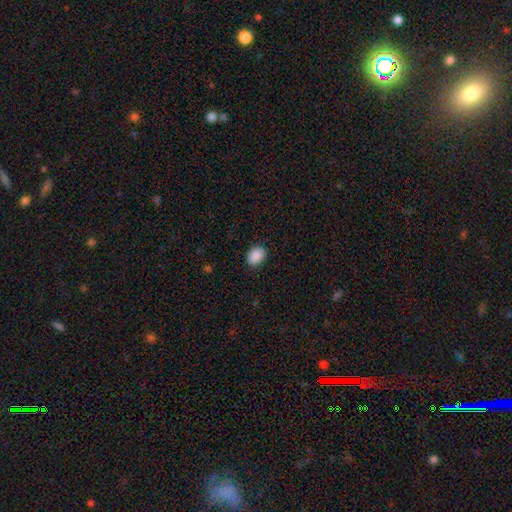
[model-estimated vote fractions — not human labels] Smooth or featured?
  - smooth: 90% *
  - star or artifact: 7%
  - featured or disk: 3%
How rounded?
  - in between: 72% *
  - round: 27%
  - cigar-shaped: 1%
Merging?
  - none: 86% *
  - minor disturbance: 11%
  - major disturbance: 2%
  - merger: 1%